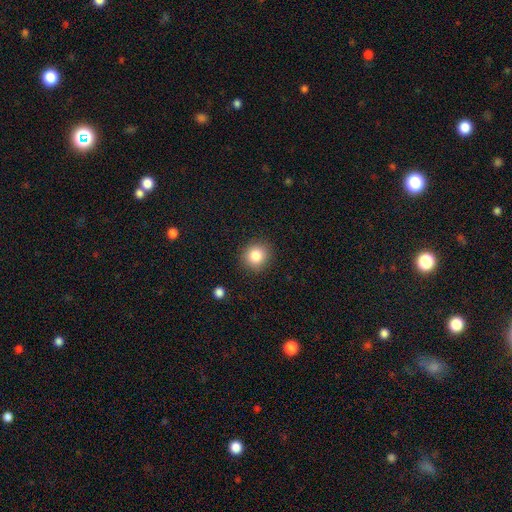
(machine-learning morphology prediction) A smooth galaxy with no disk features (83%) that is round (88%).

Vote fractions:
- Smooth or featured? smooth: 83% / star or artifact: 10% / featured or disk: 7%
- How rounded? round: 88% / in between: 11% / cigar-shaped: 1%
- Merging? none: 89% / minor disturbance: 7% / major disturbance: 2% / merger: 1%